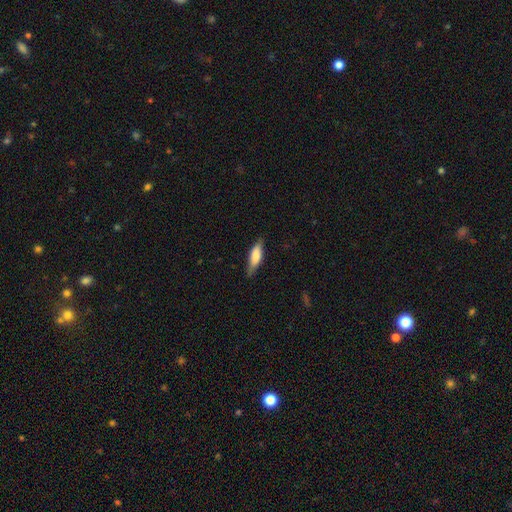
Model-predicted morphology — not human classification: Q: Smooth or featured?
A: smooth (69%); runner-up: featured or disk (25%)
Q: How rounded?
A: cigar-shaped (51%); runner-up: in between (47%)
Q: Merging?
A: none (77%); runner-up: minor disturbance (18%)